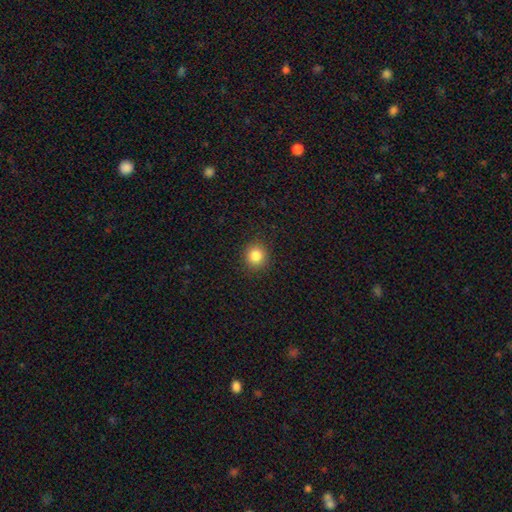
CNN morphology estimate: This appears to be a smooth galaxy with no disk features (84%) that is round (89%). Merging: none (91%).